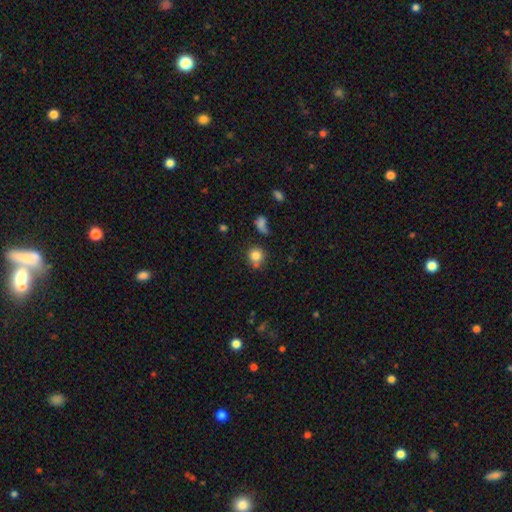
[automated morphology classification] smooth-or-featured: smooth: 82% | star or artifact: 11% | featured or disk: 7%
  how-rounded: round: 83% | in between: 15% | cigar-shaped: 1%
  merging: none: 65% | minor disturbance: 18% | merger: 10% | major disturbance: 7%